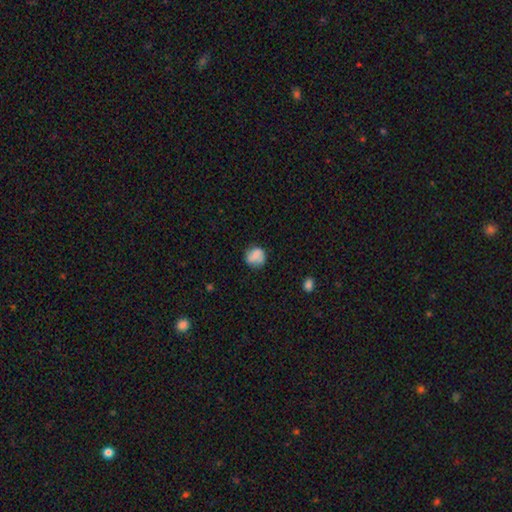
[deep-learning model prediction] Smooth or featured? smooth (71%)
How rounded? round (80%)
Merging? none (69%)